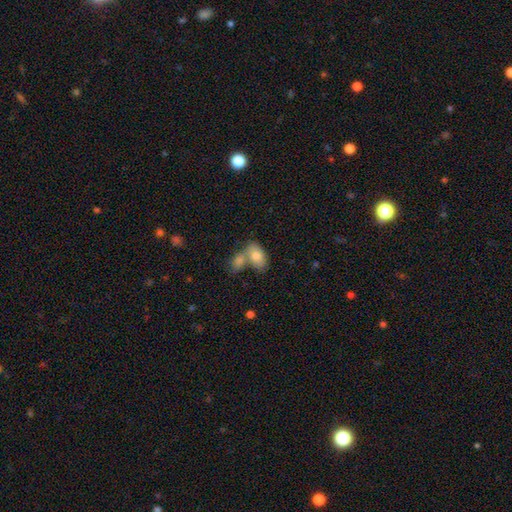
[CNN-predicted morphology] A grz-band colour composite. It shows a smooth galaxy with no disk features (79%) that is in between round and cigar-shaped (89%). Merging: merger (57%).